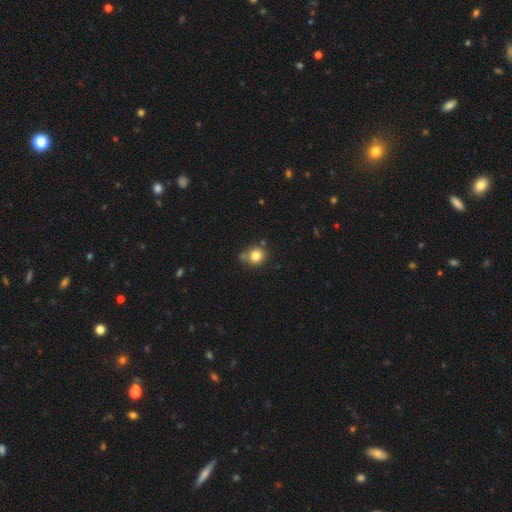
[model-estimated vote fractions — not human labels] Overall: smooth (81%). How rounded: round (80%). Merging: none (66%).